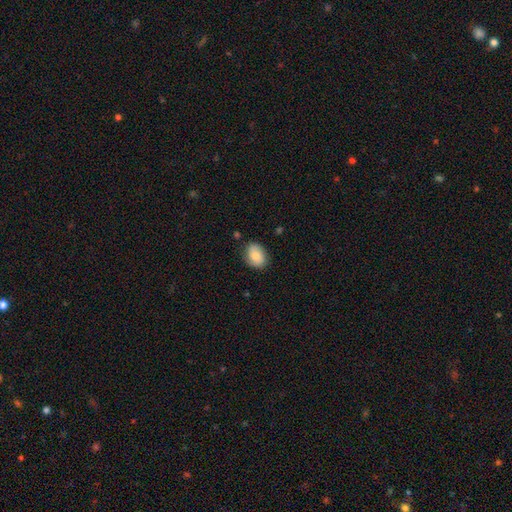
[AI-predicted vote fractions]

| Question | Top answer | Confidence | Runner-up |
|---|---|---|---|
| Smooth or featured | smooth | 79% | featured or disk (14%) |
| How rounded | in between | 69% | round (30%) |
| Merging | none | 80% | minor disturbance (16%) |